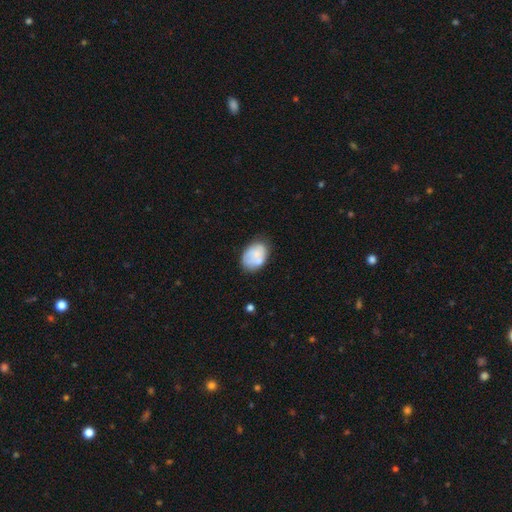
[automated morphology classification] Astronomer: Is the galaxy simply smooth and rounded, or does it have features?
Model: smooth — 71%.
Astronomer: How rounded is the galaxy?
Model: in between — 81%.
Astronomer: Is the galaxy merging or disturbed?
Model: none — 57%.